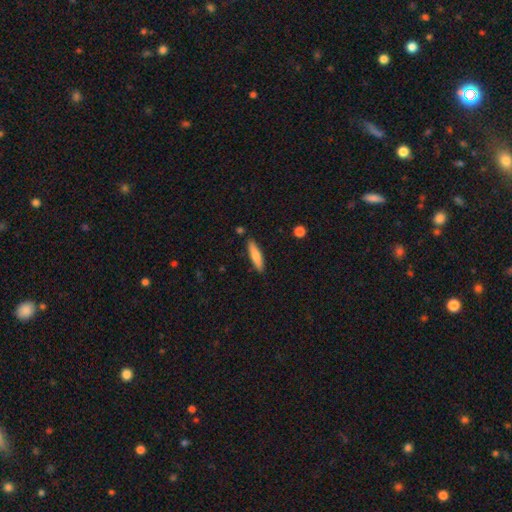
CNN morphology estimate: This is likely a smooth galaxy (73%). How rounded: clearly cigar-shaped (81%). Merging: clearly none (87%).